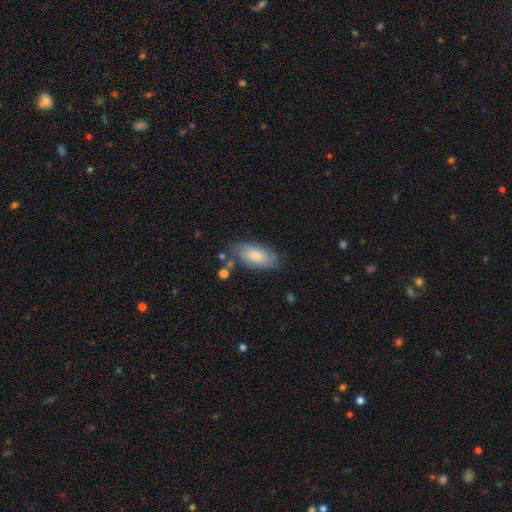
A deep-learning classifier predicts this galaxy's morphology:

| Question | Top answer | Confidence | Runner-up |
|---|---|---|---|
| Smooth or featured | smooth | 77% | featured or disk (17%) |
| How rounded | in between | 91% | cigar-shaped (6%) |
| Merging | none | 69% | minor disturbance (21%) |